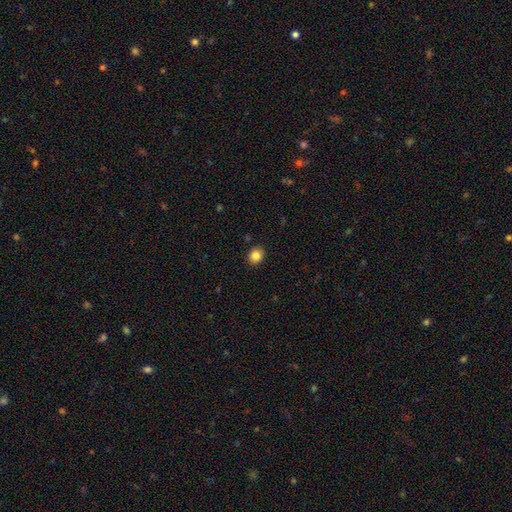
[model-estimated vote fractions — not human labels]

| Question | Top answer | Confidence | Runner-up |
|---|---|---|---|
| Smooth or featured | smooth | 84% | star or artifact (10%) |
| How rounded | round | 69% | in between (30%) |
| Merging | none | 90% | minor disturbance (7%) |